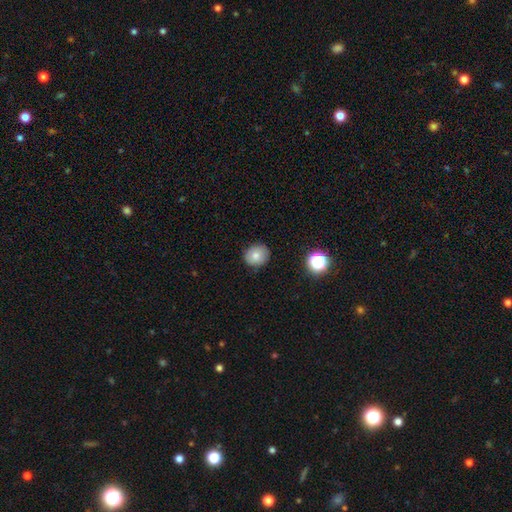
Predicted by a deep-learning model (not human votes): A smooth galaxy with no disk features (78%) that is round (74%).

Vote fractions:
- Smooth or featured? smooth: 78% / featured or disk: 11% / star or artifact: 11%
- How rounded? round: 74% / in between: 25% / cigar-shaped: 1%
- Merging? none: 84% / minor disturbance: 12% / major disturbance: 2% / merger: 1%